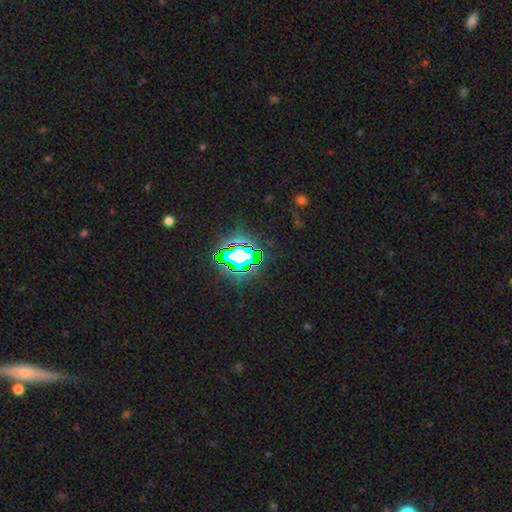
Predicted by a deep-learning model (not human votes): Overall: star or artifact (82%).